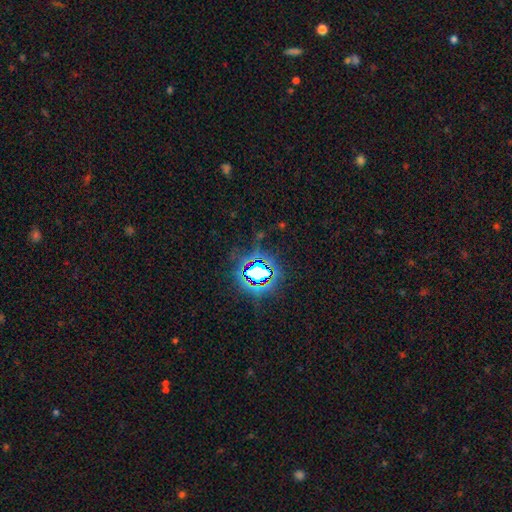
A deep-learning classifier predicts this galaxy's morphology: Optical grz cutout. It shows a star or artifact, not a galaxy (81%).